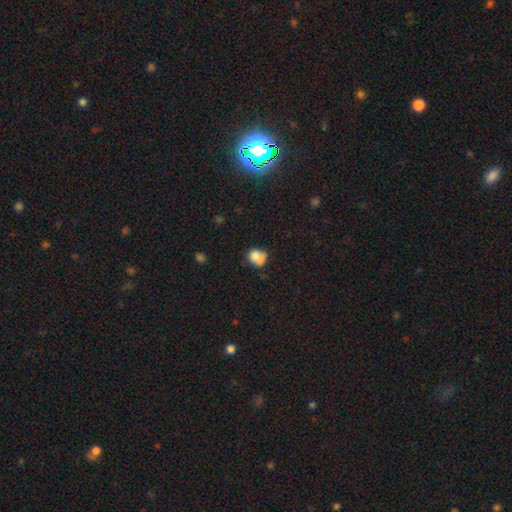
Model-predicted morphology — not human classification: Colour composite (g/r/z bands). It shows a smooth galaxy with no disk features (76%) that is round (68%). Merging: none (42%).